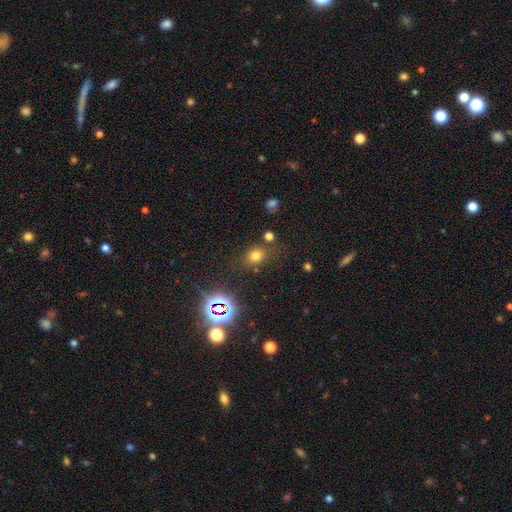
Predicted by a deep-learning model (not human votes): A smooth galaxy with no disk features (67%) that is round (54%).

Vote fractions:
- Smooth or featured? smooth: 67% / star or artifact: 25% / featured or disk: 8%
- How rounded? round: 54% / in between: 45% / cigar-shaped: 1%
- Merging? none: 74% / minor disturbance: 14% / merger: 7% / major disturbance: 5%